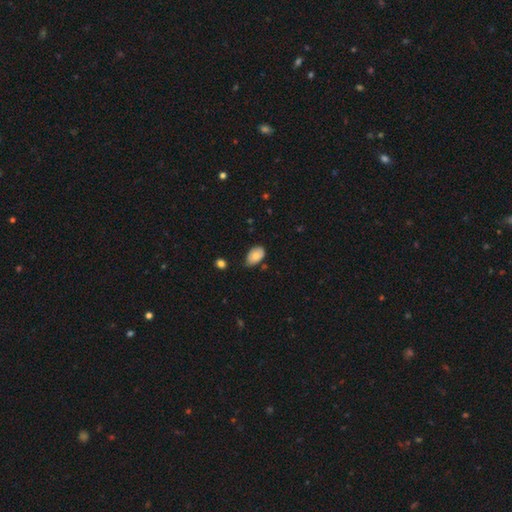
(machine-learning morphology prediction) This appears to be a smooth galaxy with no disk features (77%) that is in between round and cigar-shaped (91%). Merging: none (59%).